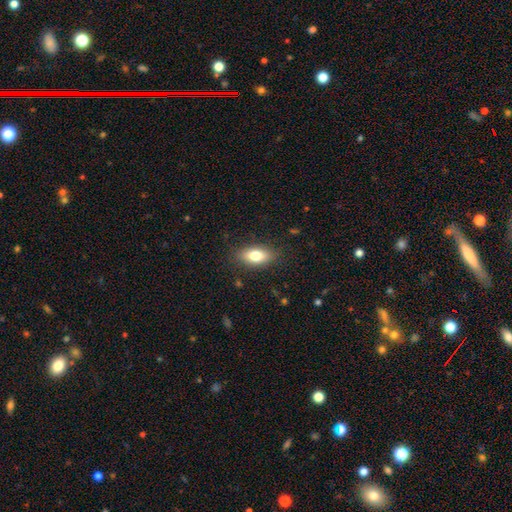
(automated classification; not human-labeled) smooth-or-featured: smooth: 79% | featured or disk: 13% | star or artifact: 8%
  how-rounded: in between: 87% | cigar-shaped: 7% | round: 6%
  merging: none: 85% | minor disturbance: 11% | major disturbance: 3% | merger: 1%